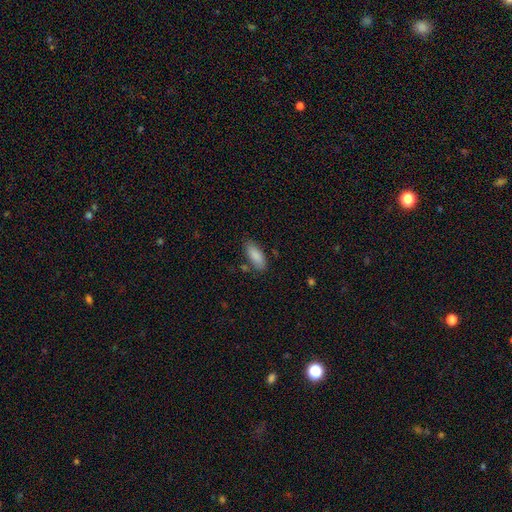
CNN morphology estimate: Q: Smooth or featured?
A: smooth (87%); runner-up: featured or disk (6%)
Q: How rounded?
A: in between (79%); runner-up: cigar-shaped (19%)
Q: Merging?
A: none (77%); runner-up: minor disturbance (15%)